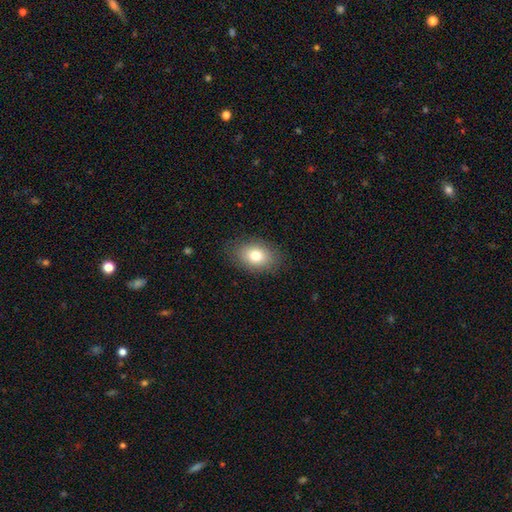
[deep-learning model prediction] A smooth galaxy with no disk features (79%) that is in between round and cigar-shaped (81%). Merging: none (85%).